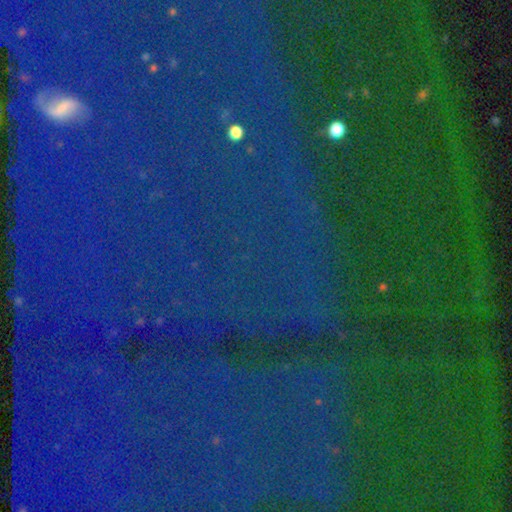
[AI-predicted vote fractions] Q: Smooth or featured?
A: star or artifact (85%); runner-up: smooth (8%)